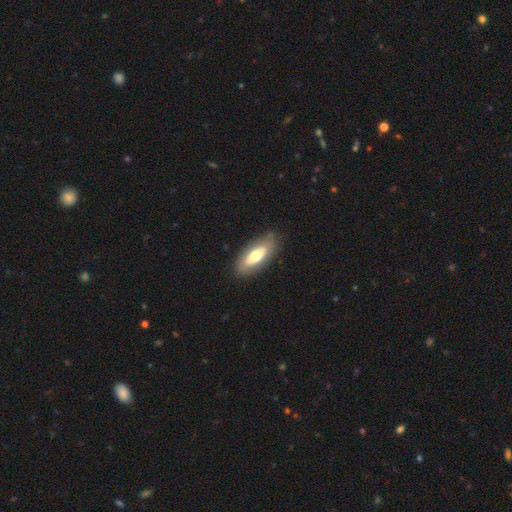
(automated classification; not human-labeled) Smooth or featured? smooth (57%)
How rounded? in between (81%)
Merging? none (82%)